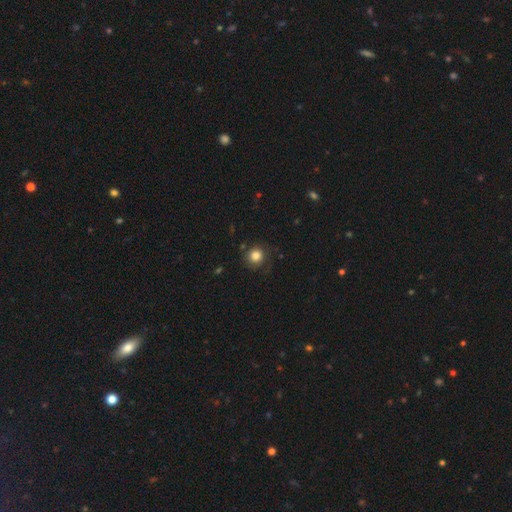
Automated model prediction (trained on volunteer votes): Smooth or featured? smooth (82%)
How rounded? round (91%)
Merging? none (76%)